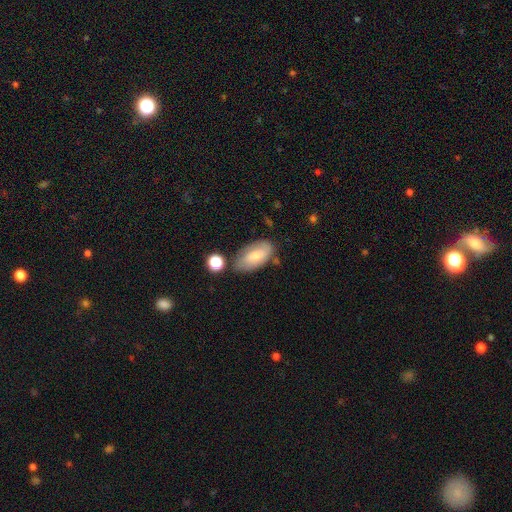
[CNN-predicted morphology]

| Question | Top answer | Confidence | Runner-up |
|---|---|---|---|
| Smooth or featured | smooth | 63% | featured or disk (30%) |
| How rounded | in between | 92% | round (4%) |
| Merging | none | 63% | minor disturbance (23%) |